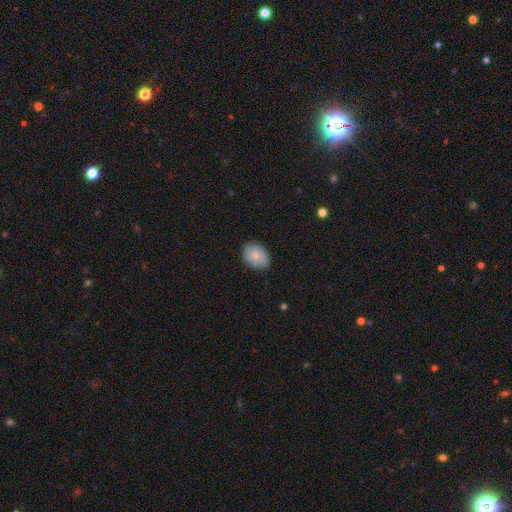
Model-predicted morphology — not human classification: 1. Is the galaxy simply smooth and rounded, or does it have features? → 75% smooth, 18% featured or disk, 7% star or artifact.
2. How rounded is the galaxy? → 69% in between, 30% round, 1% cigar-shaped.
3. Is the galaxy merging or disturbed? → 77% none, 19% minor disturbance, 4% major disturbance, 1% merger.